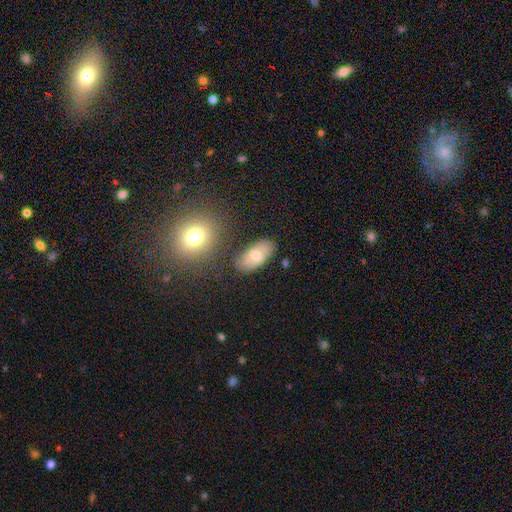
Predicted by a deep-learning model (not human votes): Smooth or featured?
  - smooth: 61% *
  - featured or disk: 32%
  - star or artifact: 7%
How rounded?
  - in between: 92% *
  - cigar-shaped: 4%
  - round: 4%
Merging?
  - none: 76% *
  - minor disturbance: 15%
  - merger: 6%
  - major disturbance: 4%